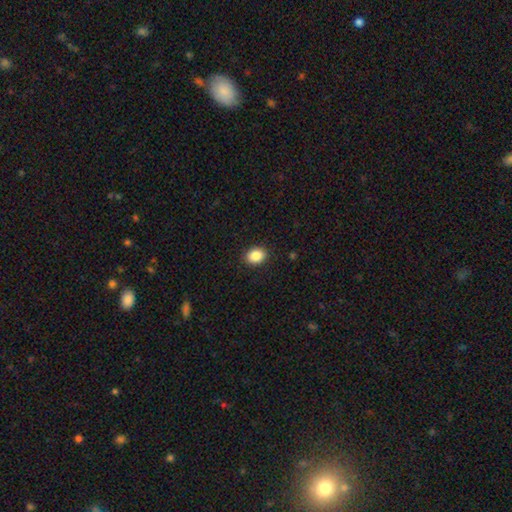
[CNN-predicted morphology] type=smooth (87%); roundness=in between (64%); merging=none (90%).